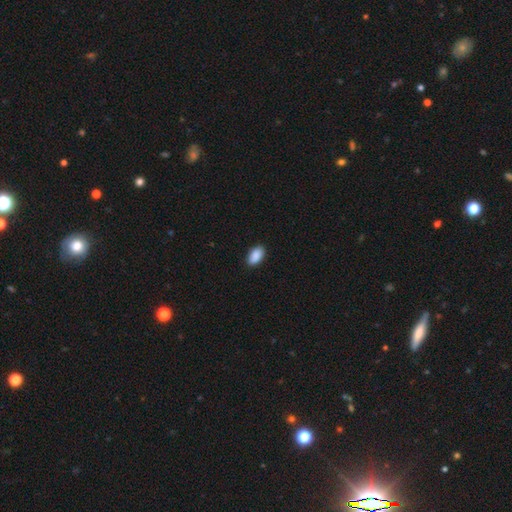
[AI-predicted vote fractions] A smooth galaxy with no disk features (90%) that is in between round and cigar-shaped (94%).

Vote fractions:
- Smooth or featured? smooth: 90% / star or artifact: 7% / featured or disk: 3%
- How rounded? in between: 94% / round: 4% / cigar-shaped: 2%
- Merging? none: 88% / minor disturbance: 9% / major disturbance: 2% / merger: 1%